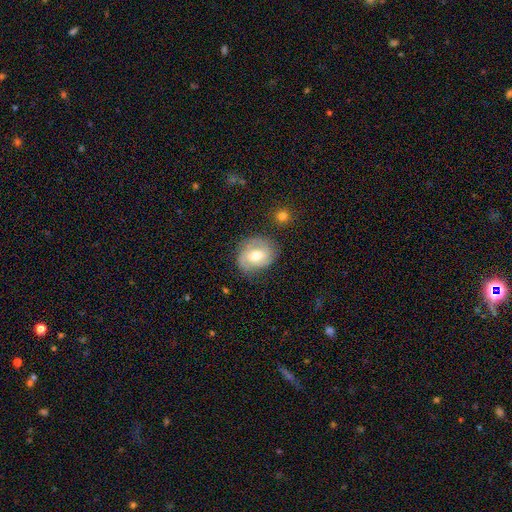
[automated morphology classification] This is likely a featured or disk galaxy (61%). It is clearly not viewed edge-on (97%). Bar: possibly weak (46%). Spiral arm pattern: clearly yes (84%). Central bulge: likely moderate (73%). Merging: likely none (71%).